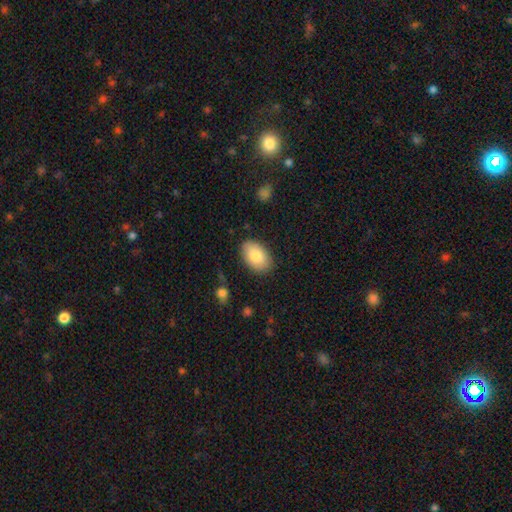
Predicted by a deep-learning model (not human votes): Smooth or featured: smooth — 84% (featured or disk — 10%)
How rounded: in between — 92% (round — 7%)
Merging: none — 85% (minor disturbance — 11%)